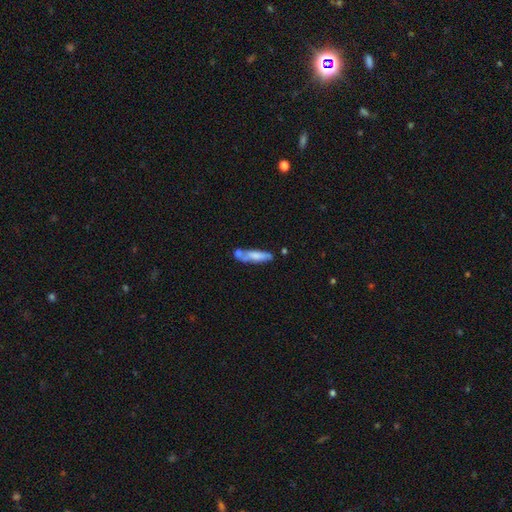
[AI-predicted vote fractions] This appears to be a smooth galaxy with no disk features (64%) that is cigar-shaped (69%). Merging: none (42%).